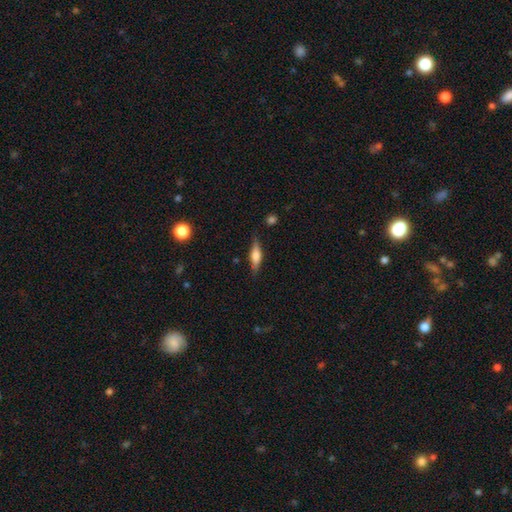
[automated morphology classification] A smooth galaxy with no disk features (48%). Merging: none (80%).